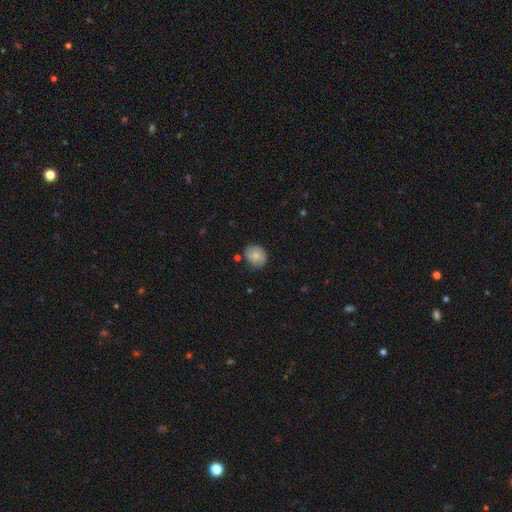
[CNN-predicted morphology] This appears to be a smooth galaxy with no disk features (73%) that is round (71%). Merging: none (74%).